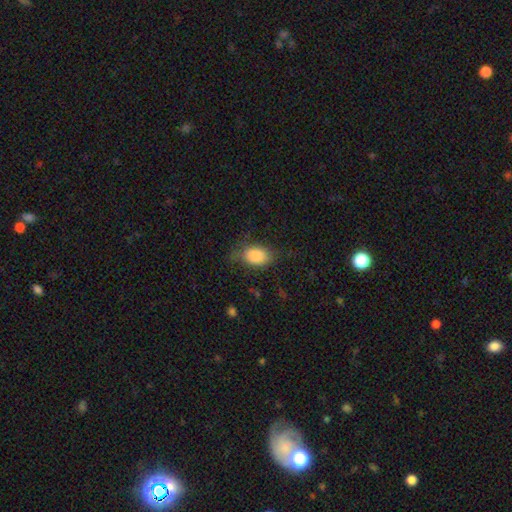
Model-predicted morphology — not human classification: A smooth galaxy with no disk features (84%) that is in between round and cigar-shaped (86%). Merging: none (66%).